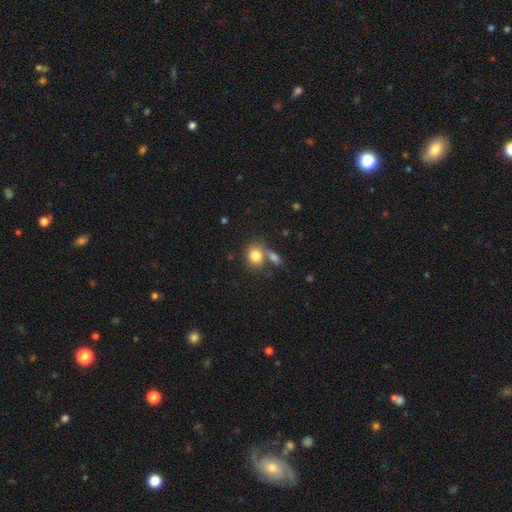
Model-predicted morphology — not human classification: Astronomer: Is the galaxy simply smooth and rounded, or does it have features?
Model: smooth — 81%.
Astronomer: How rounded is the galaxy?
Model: round — 63%.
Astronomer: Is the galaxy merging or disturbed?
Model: none — 51% (runner-up: merger, 33%).